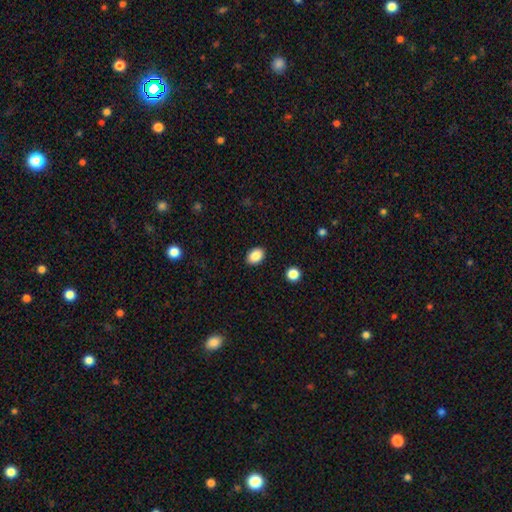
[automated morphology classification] A smooth galaxy with no disk features (87%) that is in between round and cigar-shaped (73%).

Vote fractions:
- Smooth or featured? smooth: 87% / star or artifact: 8% / featured or disk: 5%
- How rounded? in between: 73% / round: 26% / cigar-shaped: 1%
- Merging? none: 90% / minor disturbance: 7% / major disturbance: 2% / merger: 1%